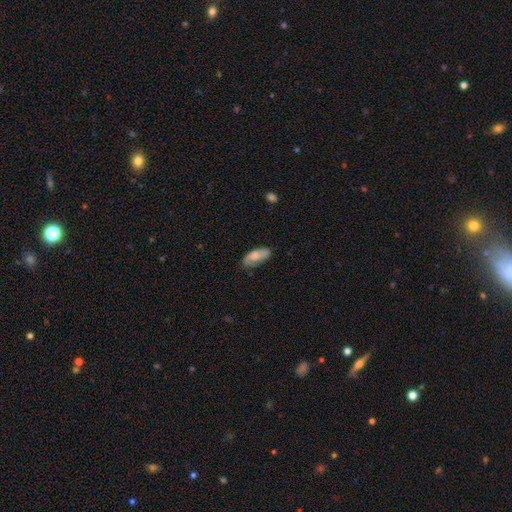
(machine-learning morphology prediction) smooth_or_featured: smooth (p=0.57) [alt: featured or disk p=0.36]
how_rounded: in between (p=0.83) [alt: cigar-shaped p=0.14]
merging: none (p=0.74) [alt: minor disturbance p=0.20]